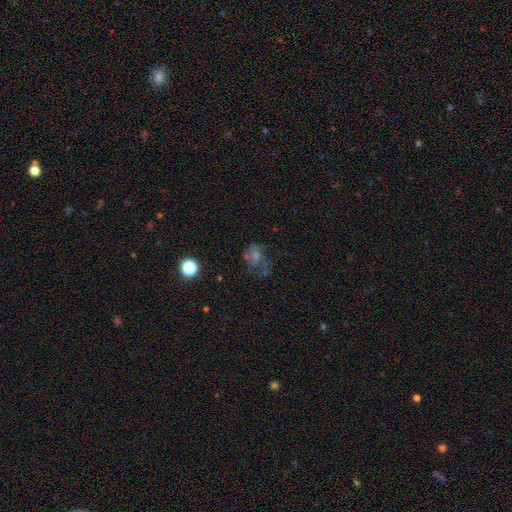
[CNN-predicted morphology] This is possibly a featured or disk galaxy (48%). Merging: marginally none (45%).